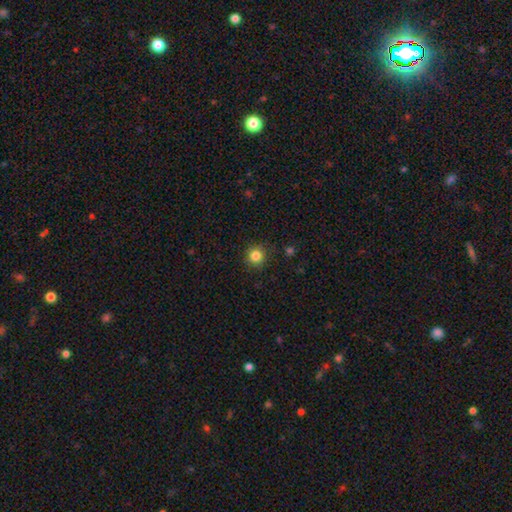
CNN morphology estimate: smooth_or_featured: smooth (p=0.84) [alt: star or artifact p=0.12]
how_rounded: round (p=0.93) [alt: in between p=0.06]
merging: none (p=0.89) [alt: minor disturbance p=0.07]